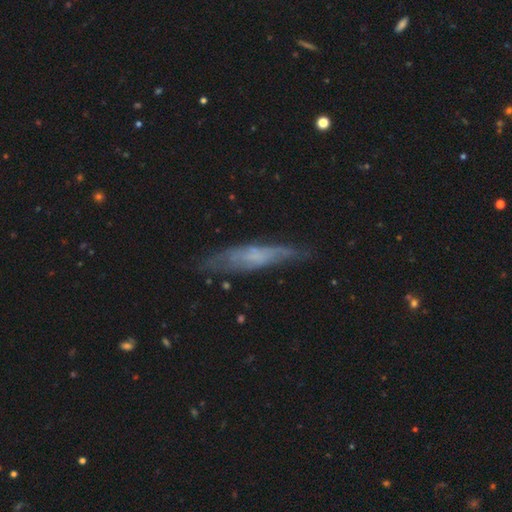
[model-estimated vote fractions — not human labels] A featured or disk galaxy (50%) viewed edge-on (66%).

Vote fractions:
- Smooth or featured? featured or disk: 50% / smooth: 41% / star or artifact: 9%
- Edge-on disk? yes: 66% / no: 34%
- Merging? none: 67% / minor disturbance: 24% / major disturbance: 7% / merger: 2%